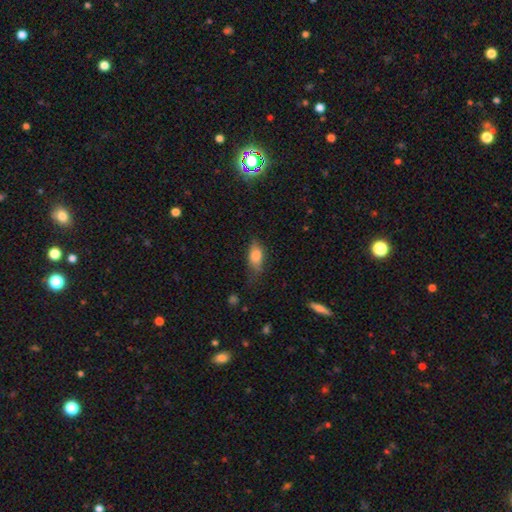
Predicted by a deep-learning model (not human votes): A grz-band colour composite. It shows a smooth galaxy with no disk features (79%) that is in between round and cigar-shaped (83%). Merging: none (58%).